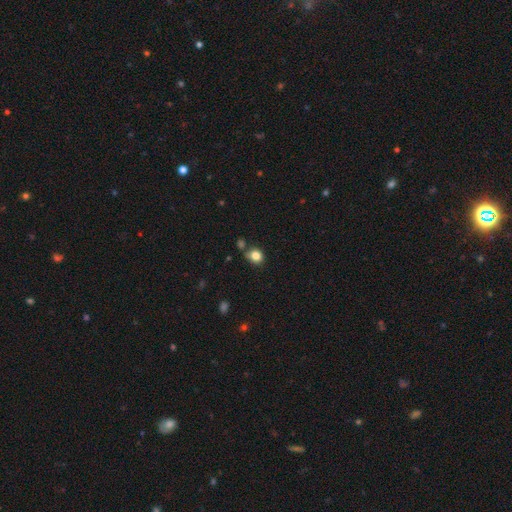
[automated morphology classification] The model was most divided on "how rounded": round: 69%, in between: 30%, cigar-shaped: 1%. More confident: smooth or featured — smooth (82%); merging — none (66%).